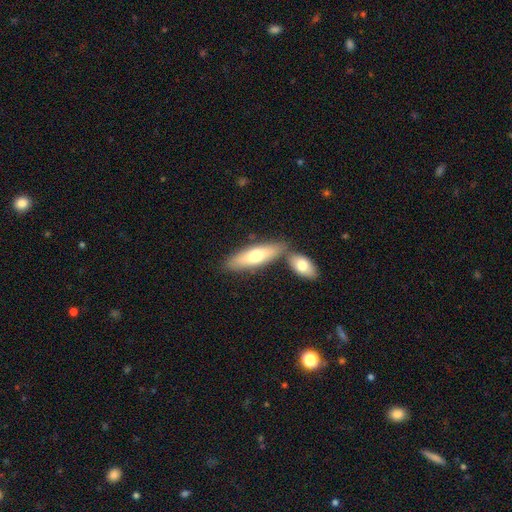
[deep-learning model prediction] smooth 67%, featured or disk 28%, star or artifact 5%. Down the decision tree: how rounded — cigar-shaped (52%); merging — none (58%).